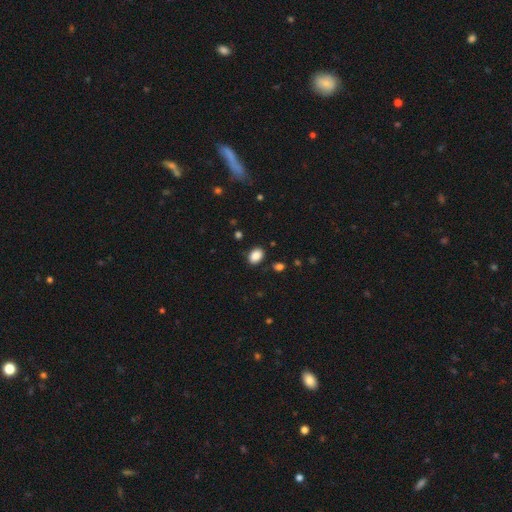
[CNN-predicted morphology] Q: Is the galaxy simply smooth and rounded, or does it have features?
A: smooth — 88%.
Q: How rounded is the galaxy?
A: in between — 75%.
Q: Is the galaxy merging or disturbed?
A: none — 85%.